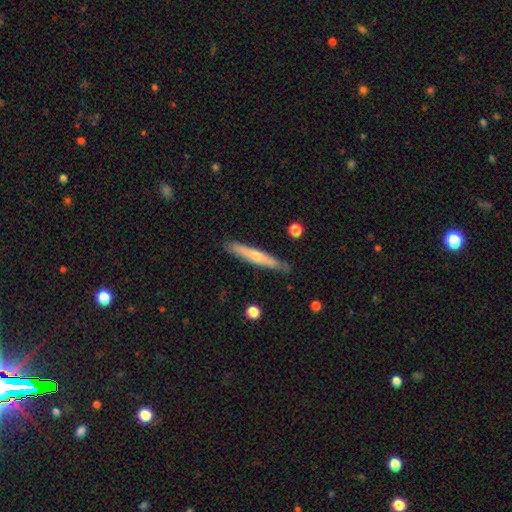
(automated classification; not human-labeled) This appears to be a featured or disk galaxy (47%, tied with smooth). Merging: none (85%).